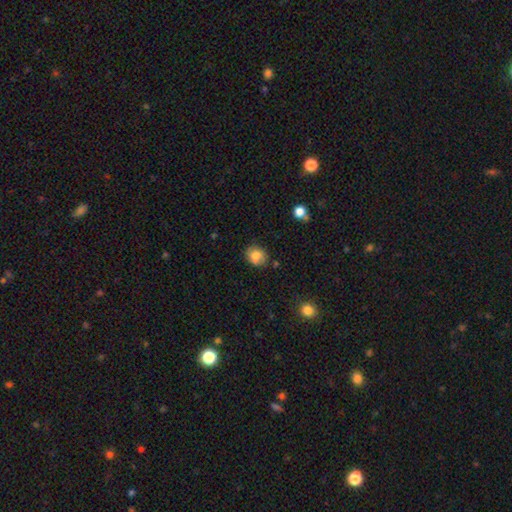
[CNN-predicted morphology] Smooth or featured: smooth — 78% (featured or disk — 13%)
How rounded: round — 63% (in between — 36%)
Merging: none — 75% (minor disturbance — 18%)